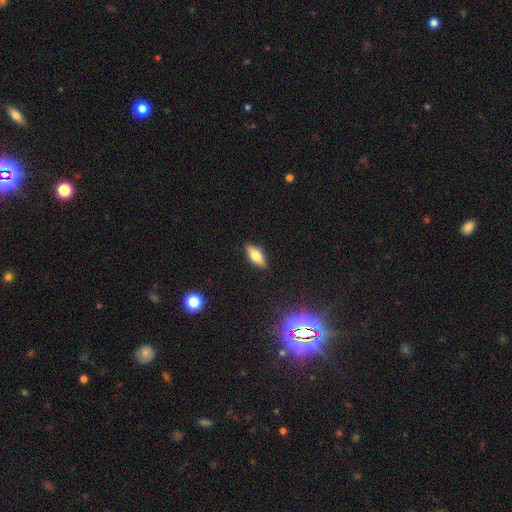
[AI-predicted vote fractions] The model was most divided on "smooth or featured": smooth: 62%, featured or disk: 29%, star or artifact: 9%. More confident: merging — none (88%); how rounded — in between (72%).